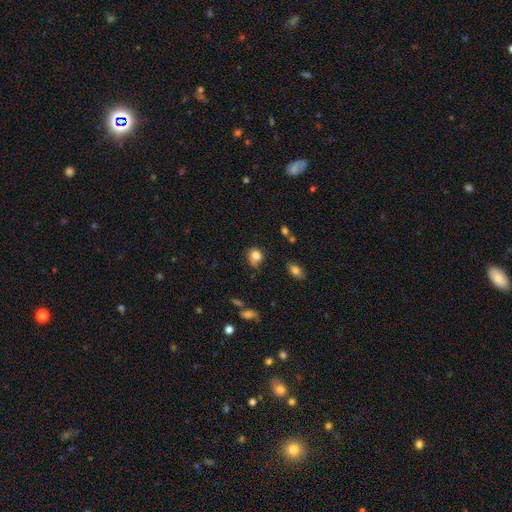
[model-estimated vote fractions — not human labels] Morphology: type=smooth (80%); roundness=round (65%); merging=none (55%).